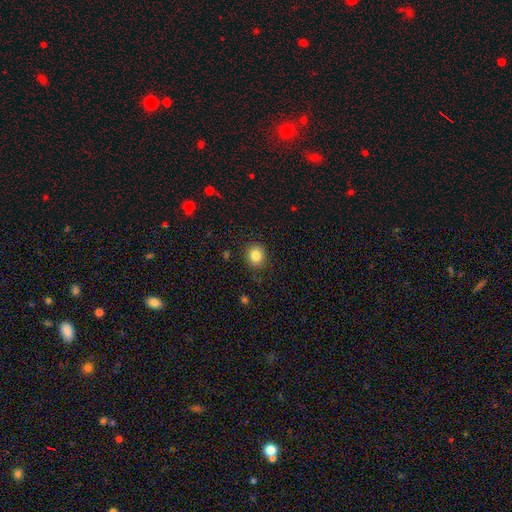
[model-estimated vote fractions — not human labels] Smooth or featured?
  - smooth: 83% *
  - star or artifact: 10%
  - featured or disk: 7%
How rounded?
  - round: 82% *
  - in between: 17%
  - cigar-shaped: 1%
Merging?
  - none: 88% *
  - minor disturbance: 8%
  - major disturbance: 2%
  - merger: 1%